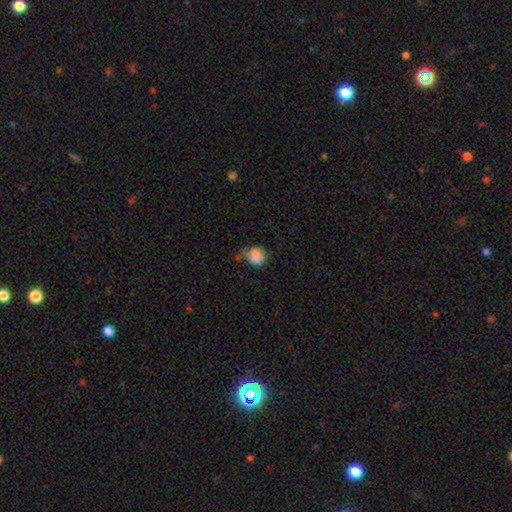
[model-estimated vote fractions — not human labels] This is clearly a smooth galaxy (85%). How rounded: likely round (73%). Merging: marginally none (44%).